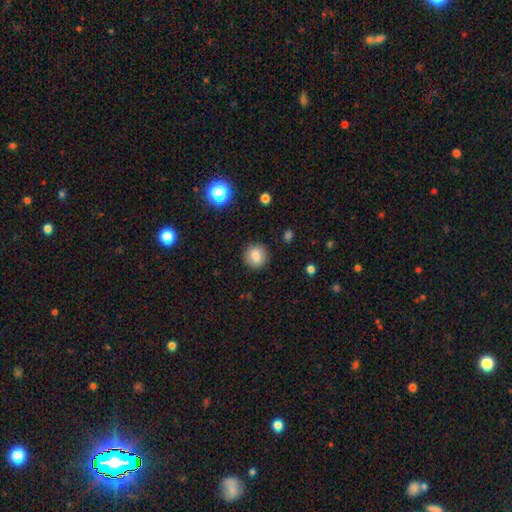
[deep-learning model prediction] smooth_or_featured: smooth (p=0.81) [alt: star or artifact p=0.10]
how_rounded: round (p=0.90) [alt: in between p=0.09]
merging: none (p=0.90) [alt: minor disturbance p=0.07]